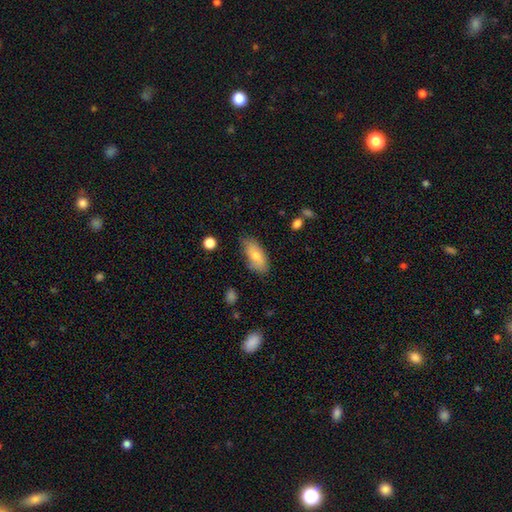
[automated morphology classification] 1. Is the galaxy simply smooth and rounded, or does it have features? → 76% smooth, 17% featured or disk, 7% star or artifact.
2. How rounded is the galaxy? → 86% in between, 11% cigar-shaped, 3% round.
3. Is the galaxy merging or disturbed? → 72% none, 21% minor disturbance, 4% major disturbance, 2% merger.